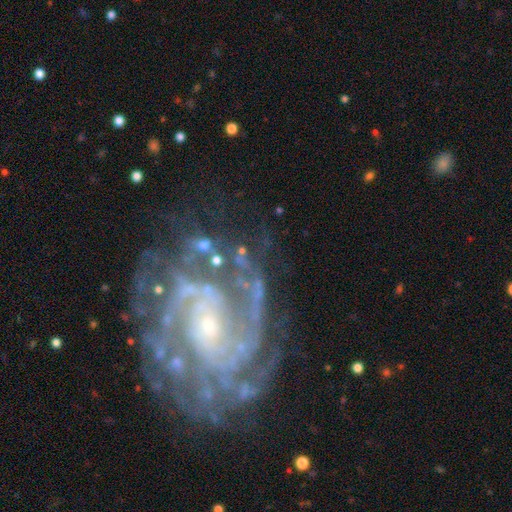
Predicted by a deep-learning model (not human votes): This appears to be a featured or disk galaxy (90%) with no bar (62%), 2 (26%) tight (62%) spiral arms (97%) and a small central bulge (68%). Merging: none (70%).